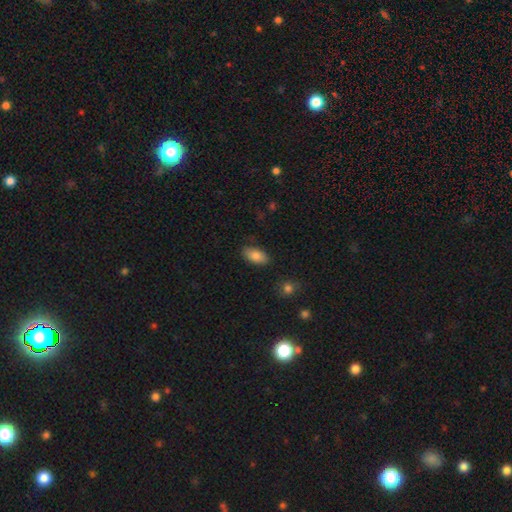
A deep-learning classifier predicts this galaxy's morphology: A smooth galaxy with no disk features (85%) that is in between round and cigar-shaped (92%). Merging: none (83%).